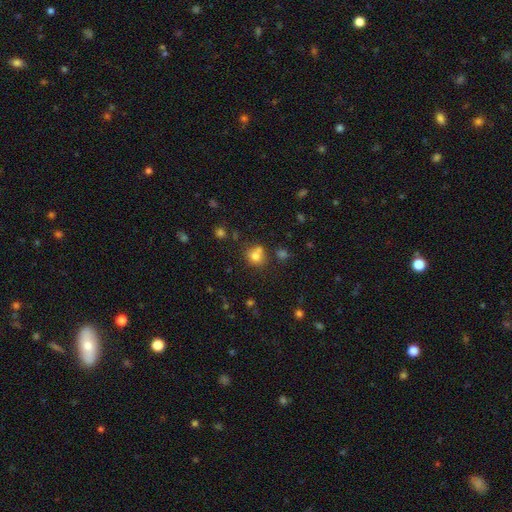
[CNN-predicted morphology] Q: Smooth or featured?
A: smooth (75%); runner-up: star or artifact (15%)
Q: How rounded?
A: round (78%); runner-up: in between (21%)
Q: Merging?
A: none (51%); runner-up: merger (33%)